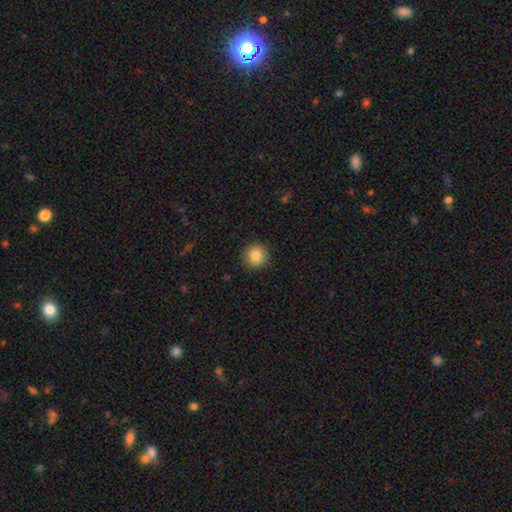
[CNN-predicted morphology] smooth-or-featured: smooth: 85% | star or artifact: 9% | featured or disk: 6%
  how-rounded: round: 92% | in between: 7% | cigar-shaped: 1%
  merging: none: 91% | minor disturbance: 6% | major disturbance: 2% | merger: 1%